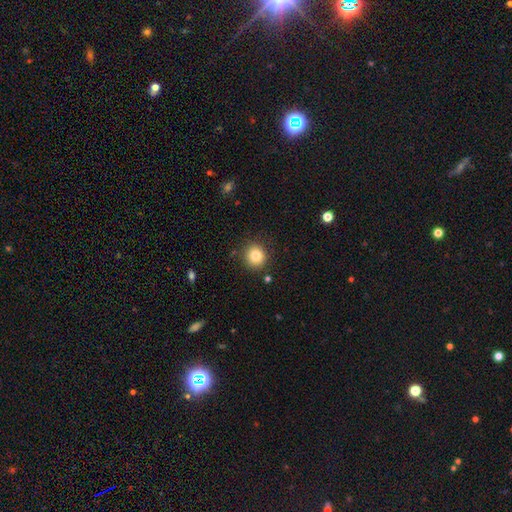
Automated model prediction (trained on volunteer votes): smooth-or-featured: smooth: 83% | star or artifact: 10% | featured or disk: 7%
  how-rounded: round: 91% | in between: 9% | cigar-shaped: 1%
  merging: none: 87% | minor disturbance: 8% | major disturbance: 3% | merger: 2%